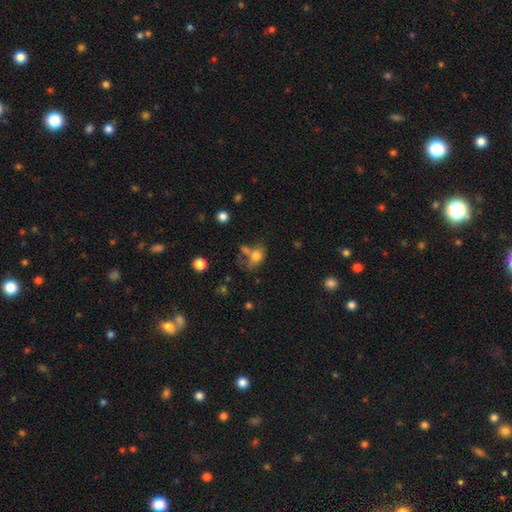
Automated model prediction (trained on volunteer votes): smooth-or-featured: smooth: 73% | featured or disk: 14% | star or artifact: 12%
  how-rounded: in between: 65% | round: 33% | cigar-shaped: 2%
  merging: none: 39% | merger: 29% | minor disturbance: 19% | major disturbance: 13%